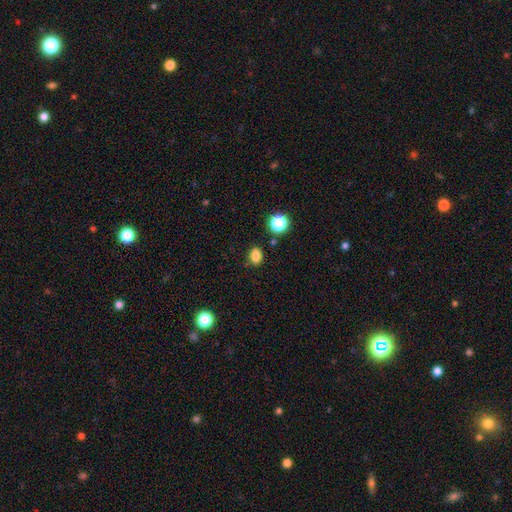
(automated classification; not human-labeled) A smooth galaxy with no disk features (82%) that is in between round and cigar-shaped (70%).

Vote fractions:
- Smooth or featured? smooth: 82% / star or artifact: 13% / featured or disk: 5%
- How rounded? in between: 70% / round: 29% / cigar-shaped: 1%
- Merging? none: 81% / minor disturbance: 12% / merger: 4% / major disturbance: 3%